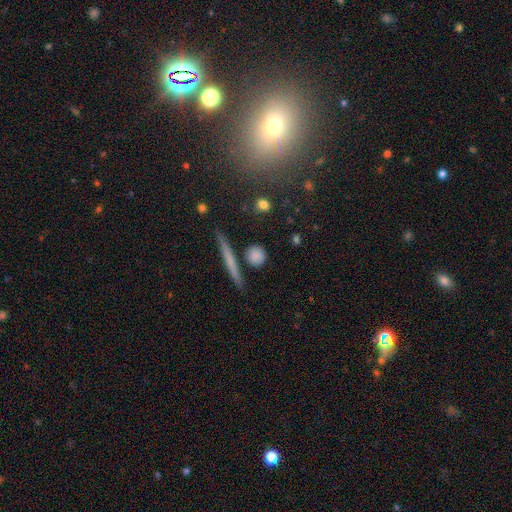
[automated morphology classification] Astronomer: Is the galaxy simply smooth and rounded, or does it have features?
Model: smooth — 80%.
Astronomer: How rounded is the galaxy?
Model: round — 80%.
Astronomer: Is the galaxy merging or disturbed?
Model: none — 81%.